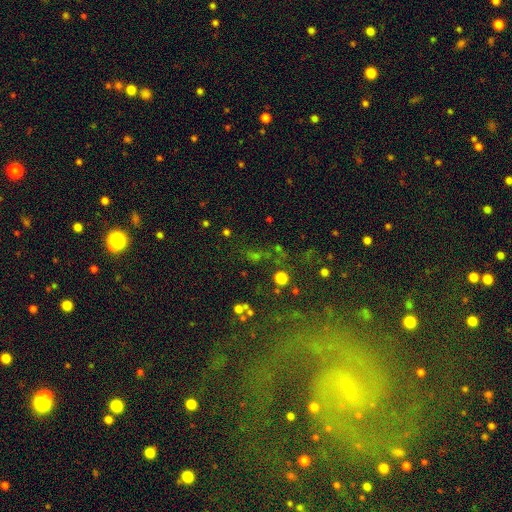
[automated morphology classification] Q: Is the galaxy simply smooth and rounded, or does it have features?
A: star or artifact — 56%.